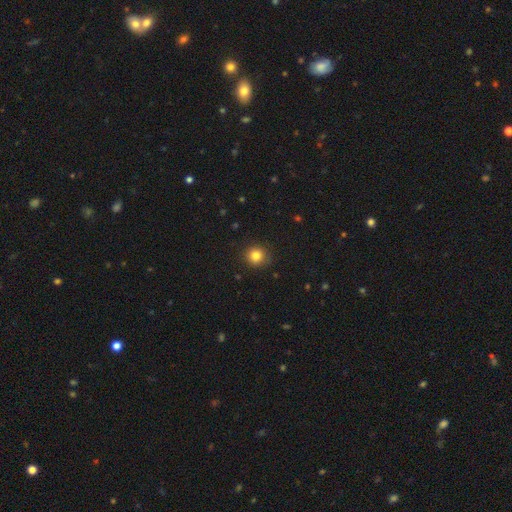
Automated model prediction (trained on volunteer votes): smooth 83%, star or artifact 12%, featured or disk 5%. Down the decision tree: how rounded — round (90%); merging — none (89%).